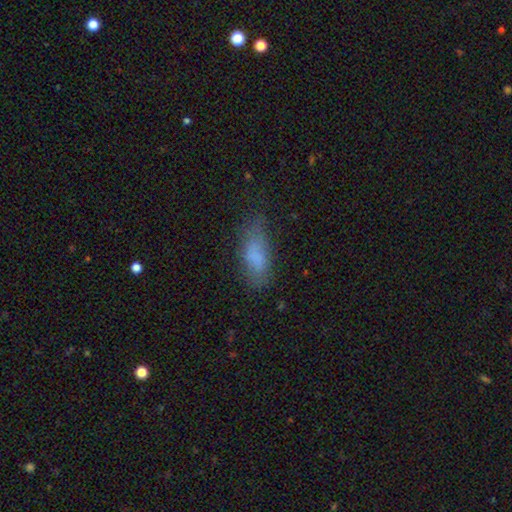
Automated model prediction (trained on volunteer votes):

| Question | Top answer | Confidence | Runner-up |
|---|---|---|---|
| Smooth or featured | smooth | 73% | featured or disk (17%) |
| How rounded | in between | 71% | cigar-shaped (27%) |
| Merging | none | 54% | minor disturbance (28%) |